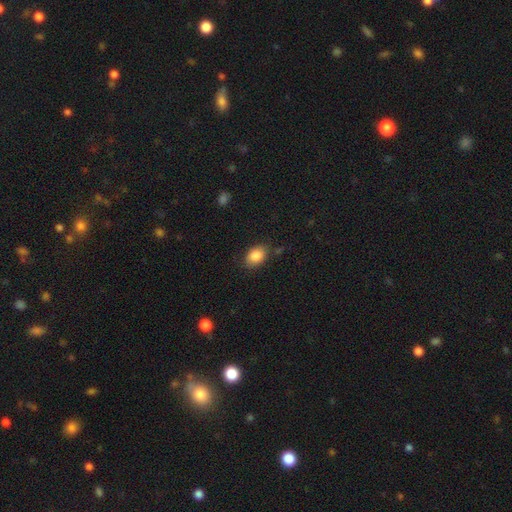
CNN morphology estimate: A smooth galaxy with no disk features (86%) that is in between round and cigar-shaped (78%). Merging: none (78%).